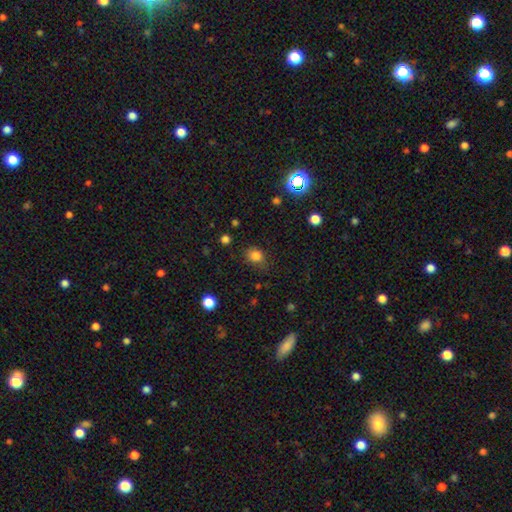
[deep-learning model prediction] Smooth or featured? Predicted: smooth (p=0.81). How rounded? Predicted: round (p=0.60). Merging? Predicted: none (p=0.72).